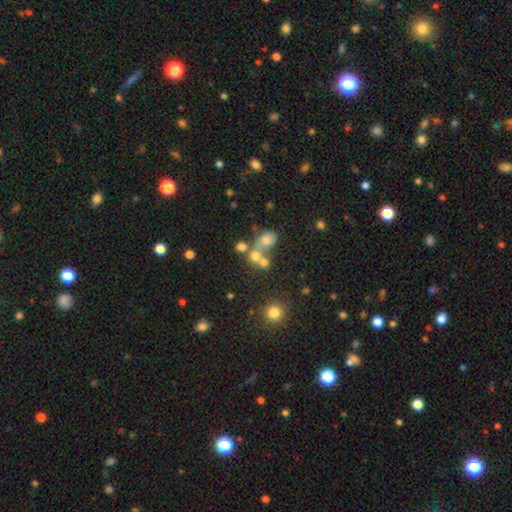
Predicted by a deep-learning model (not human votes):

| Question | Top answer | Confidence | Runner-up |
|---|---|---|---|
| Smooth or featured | smooth | 63% | star or artifact (19%) |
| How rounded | round | 74% | in between (25%) |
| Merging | merger | 46% | none (39%) |